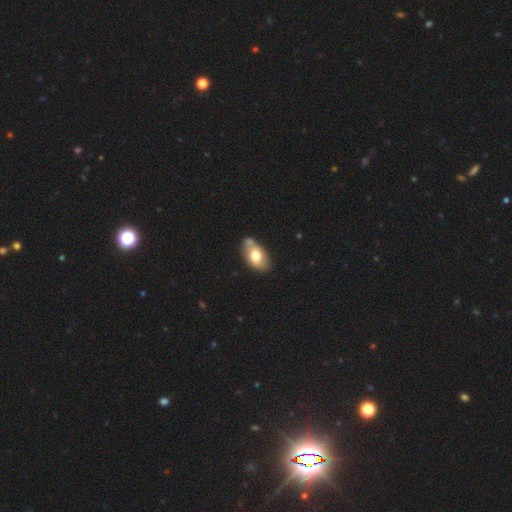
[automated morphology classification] This appears to be a smooth galaxy with no disk features (69%) that is in between round and cigar-shaped (91%). Merging: none (58%).